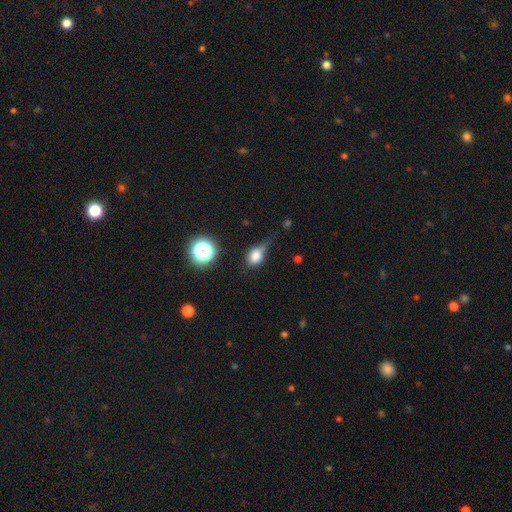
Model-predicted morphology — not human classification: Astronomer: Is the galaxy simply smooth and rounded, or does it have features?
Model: smooth — 73%.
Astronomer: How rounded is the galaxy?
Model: round — 54% (runner-up: in between, 43%).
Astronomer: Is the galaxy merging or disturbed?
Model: minor disturbance — 40% (runner-up: none, 32%).